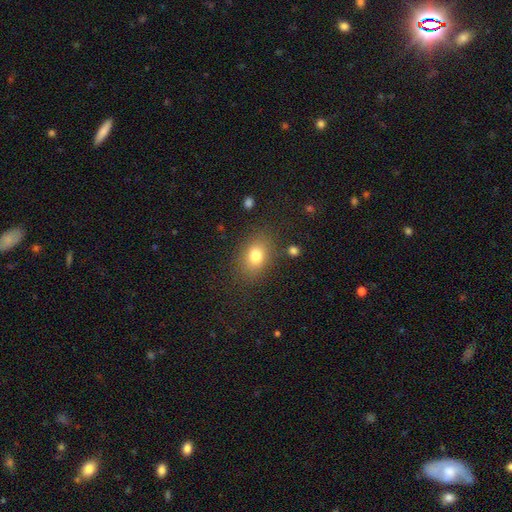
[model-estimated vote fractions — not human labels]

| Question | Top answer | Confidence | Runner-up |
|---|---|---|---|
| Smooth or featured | smooth | 78% | star or artifact (11%) |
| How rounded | in between | 72% | round (27%) |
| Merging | none | 81% | minor disturbance (12%) |